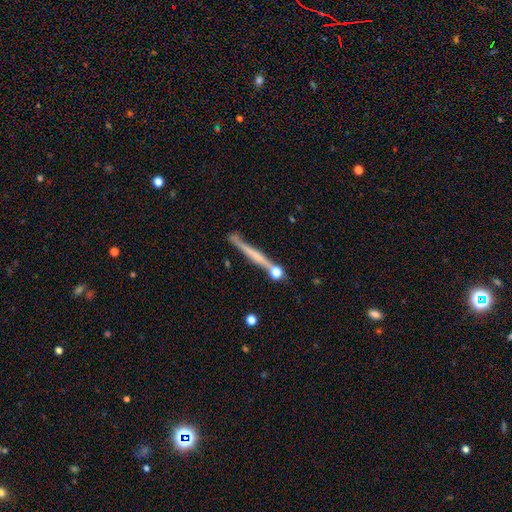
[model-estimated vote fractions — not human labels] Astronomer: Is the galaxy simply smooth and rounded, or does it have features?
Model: featured or disk — 52% (runner-up: smooth, 40%).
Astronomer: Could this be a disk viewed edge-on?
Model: yes — 94%.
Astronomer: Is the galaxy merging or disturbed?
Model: none — 73%.